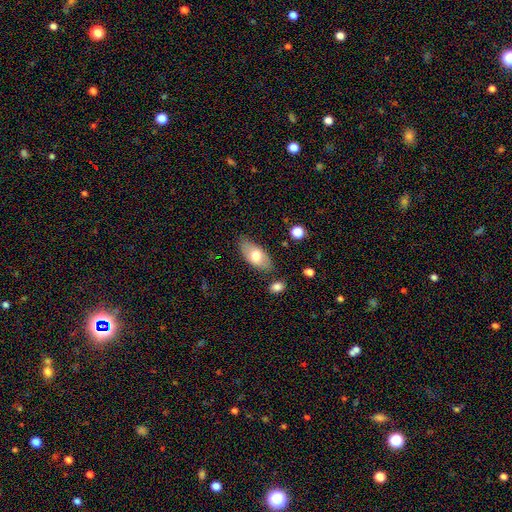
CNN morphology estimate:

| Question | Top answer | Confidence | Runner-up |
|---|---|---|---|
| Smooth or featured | smooth | 69% | featured or disk (25%) |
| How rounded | in between | 91% | cigar-shaped (6%) |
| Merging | none | 80% | minor disturbance (14%) |